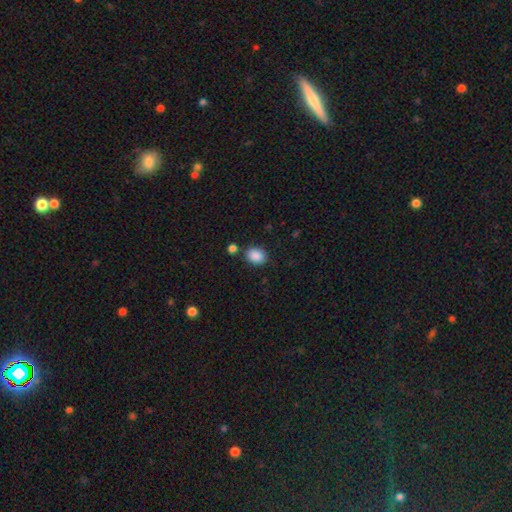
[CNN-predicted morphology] type=smooth (88%); roundness=in between (63%); merging=none (79%).